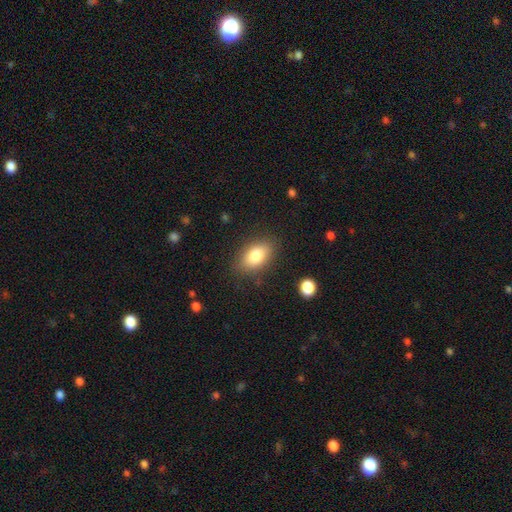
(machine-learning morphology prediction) Smooth or featured: smooth — 81% (featured or disk — 11%)
How rounded: in between — 89% (round — 8%)
Merging: none — 84% (minor disturbance — 11%)